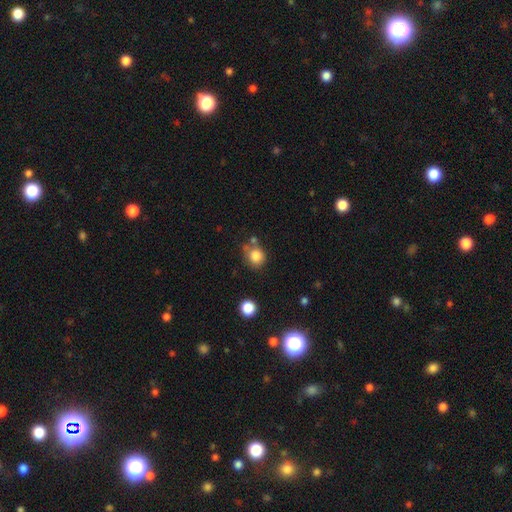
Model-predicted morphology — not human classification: smooth_or_featured: smooth (p=0.82) [alt: star or artifact p=0.11]
how_rounded: round (p=0.81) [alt: in between p=0.18]
merging: none (p=0.64) [alt: minor disturbance p=0.17]